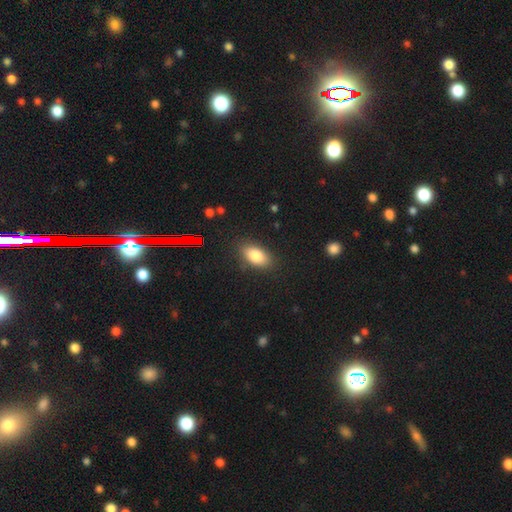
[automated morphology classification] smooth 84%, star or artifact 9%, featured or disk 8%. Down the decision tree: how rounded — in between (90%); merging — none (85%).